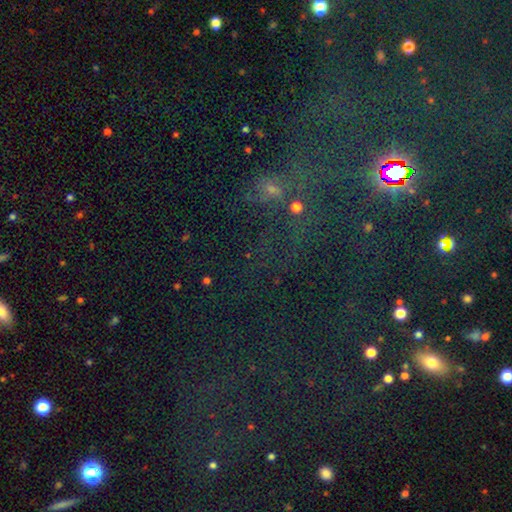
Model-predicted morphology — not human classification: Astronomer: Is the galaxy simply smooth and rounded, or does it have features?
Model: star or artifact — 72%.